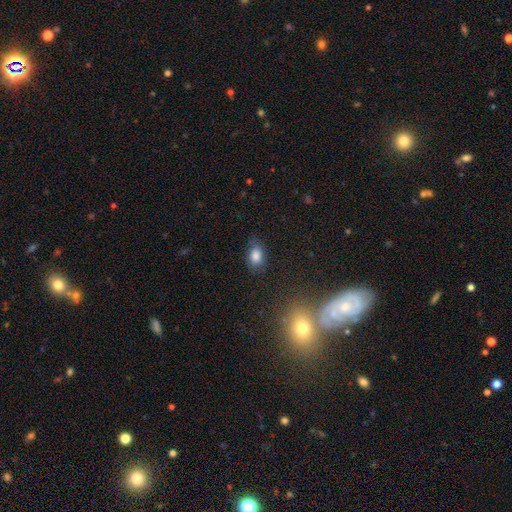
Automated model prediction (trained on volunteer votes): Smooth or featured? Predicted: smooth (p=0.82). How rounded? Predicted: in between (p=0.79). Merging? Predicted: none (p=0.65).